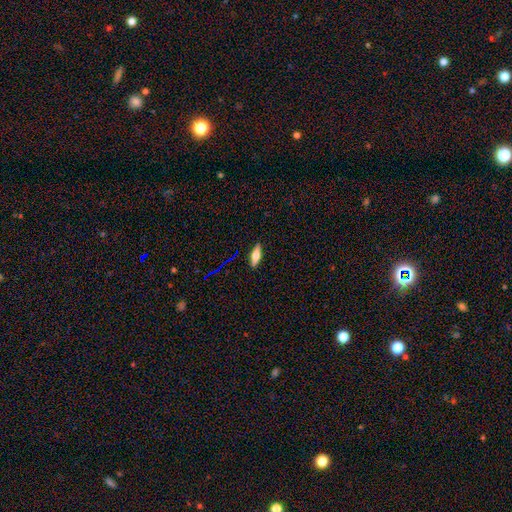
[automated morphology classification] Smooth or featured?
  - smooth: 59% *
  - featured or disk: 33%
  - star or artifact: 8%
How rounded?
  - in between: 53% *
  - cigar-shaped: 44%
  - round: 3%
Merging?
  - none: 88% *
  - minor disturbance: 8%
  - major disturbance: 2%
  - merger: 1%